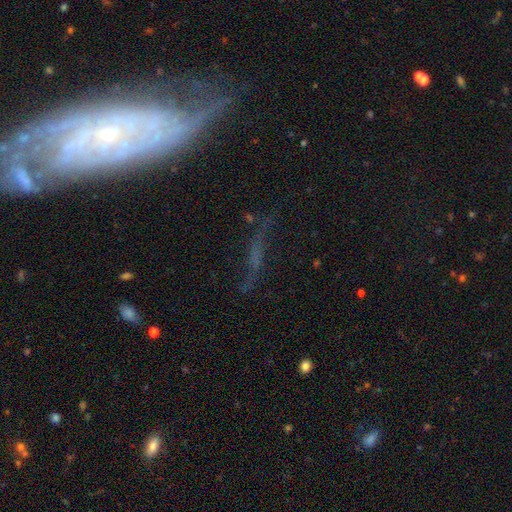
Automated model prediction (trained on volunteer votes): This appears to be a featured or disk galaxy (51%). Merging: none (57%).